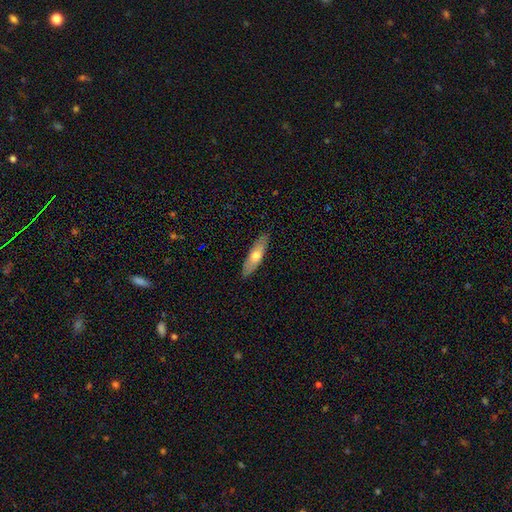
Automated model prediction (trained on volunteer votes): Morphology: type=smooth (60%); roundness=cigar-shaped (52%); merging=none (87%).